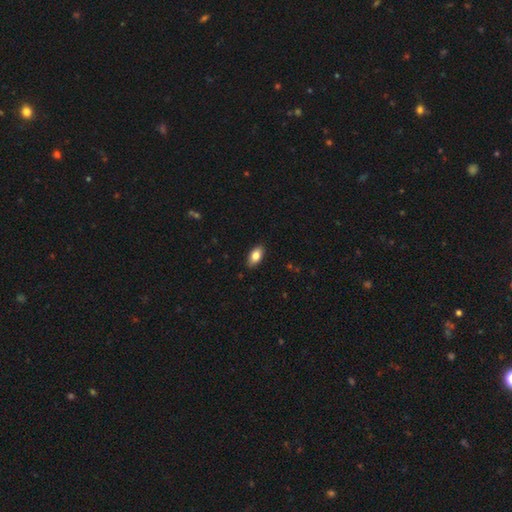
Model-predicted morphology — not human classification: Smooth or featured? smooth (82%)
How rounded? in between (92%)
Merging? none (88%)